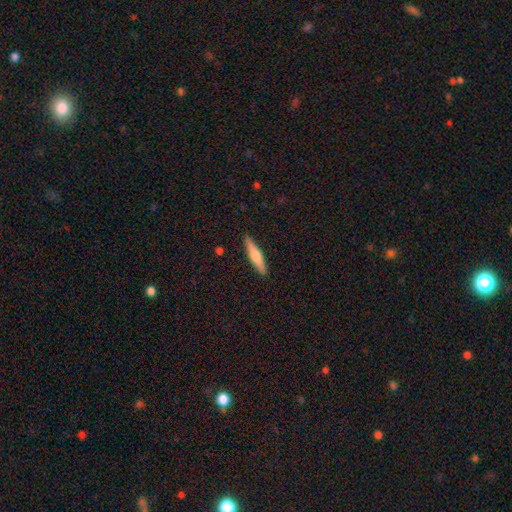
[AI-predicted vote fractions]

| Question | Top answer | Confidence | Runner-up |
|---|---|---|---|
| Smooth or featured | smooth | 63% | featured or disk (32%) |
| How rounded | cigar-shaped | 85% | in between (13%) |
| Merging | none | 90% | minor disturbance (8%) |